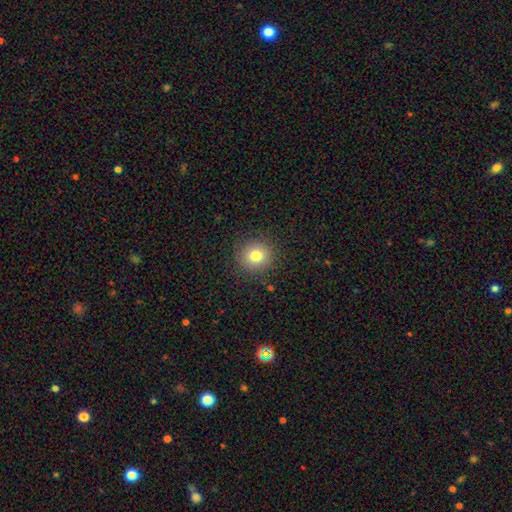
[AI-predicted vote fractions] Smooth or featured: smooth — 78% (star or artifact — 12%)
How rounded: round — 92% (in between — 7%)
Merging: none — 89% (minor disturbance — 7%)